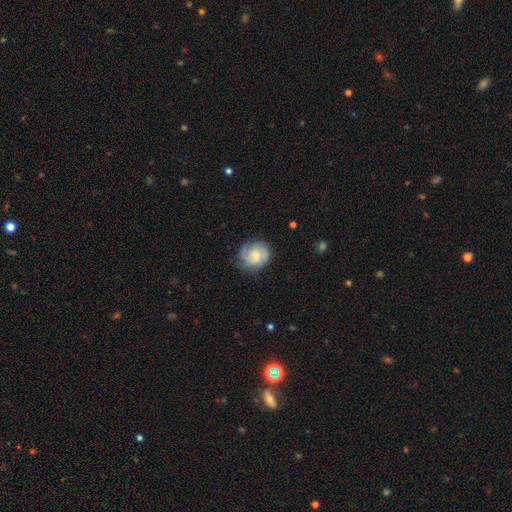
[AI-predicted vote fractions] This appears to be a featured or disk galaxy (58%) with no bar (47%), spiral arms (88%) and a small central bulge (42%). Merging: none (73%).